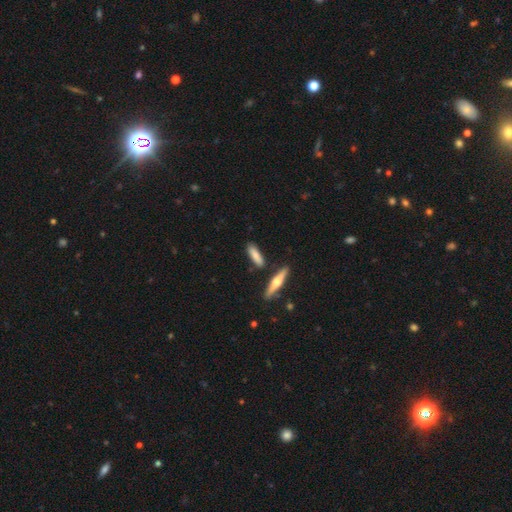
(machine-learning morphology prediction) This is likely a smooth galaxy (74%). How rounded: likely cigar-shaped (64%). Merging: likely none (80%).